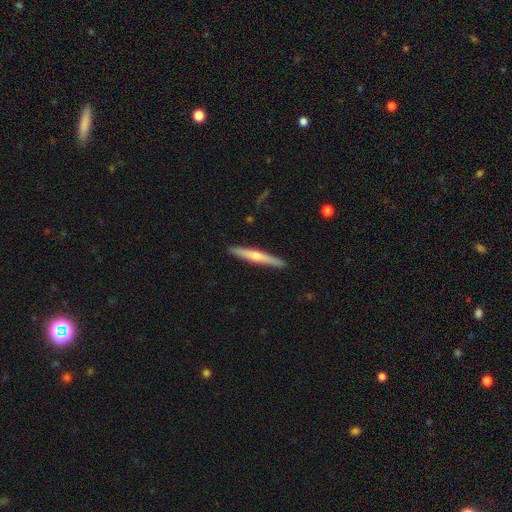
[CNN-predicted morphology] Overall: featured or disk (56%; smooth 38%). Edge-on disk: yes (97%). Edge-on bulge: rounded (76%). Merging: none (91%).